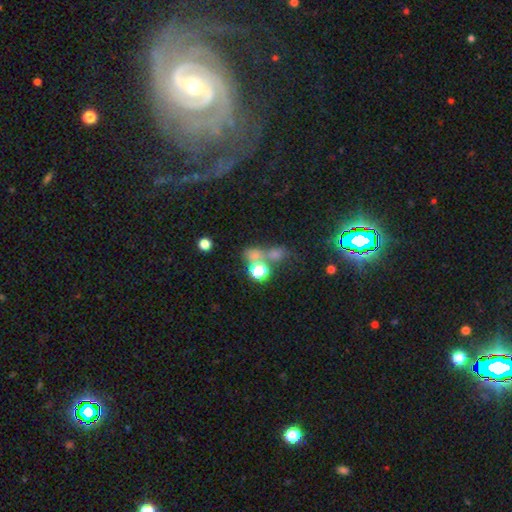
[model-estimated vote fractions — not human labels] Overall: smooth (46%; star or artifact 40%). Merging: none (44%; merger 36%).